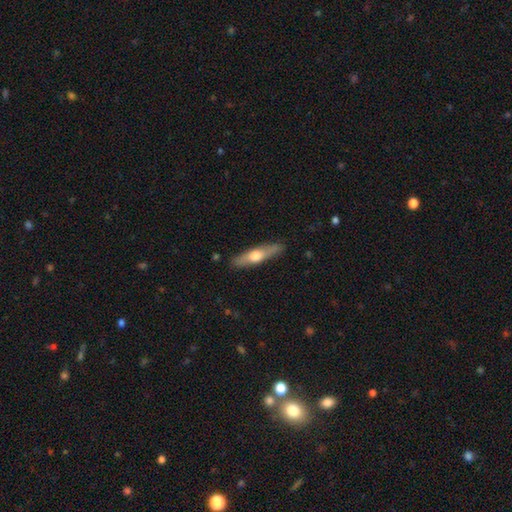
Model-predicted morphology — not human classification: This appears to be a featured or disk galaxy (48%). Merging: none (87%).